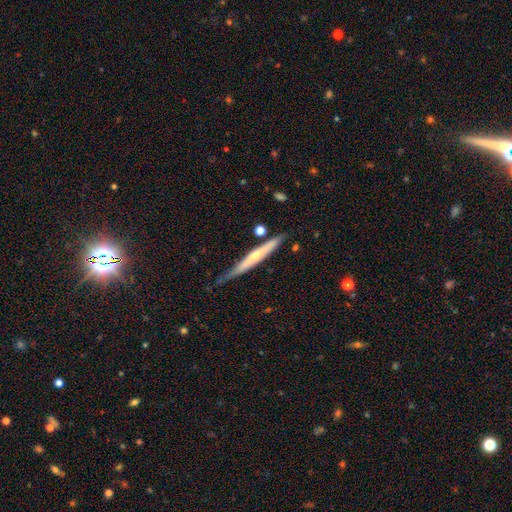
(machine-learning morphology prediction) This is possibly a featured or disk galaxy (57%). It is clearly viewed edge-on (94%). Edge-on bulge: possibly rounded (56%). Merging: likely none (71%).